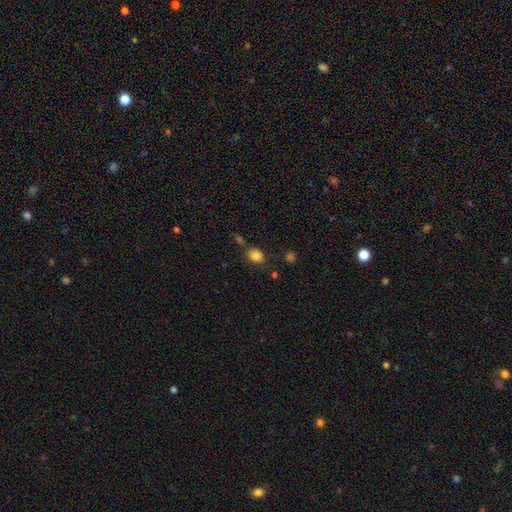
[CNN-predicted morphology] This appears to be a smooth galaxy with no disk features (84%) that is in between round and cigar-shaped (50%). Merging: none (73%).